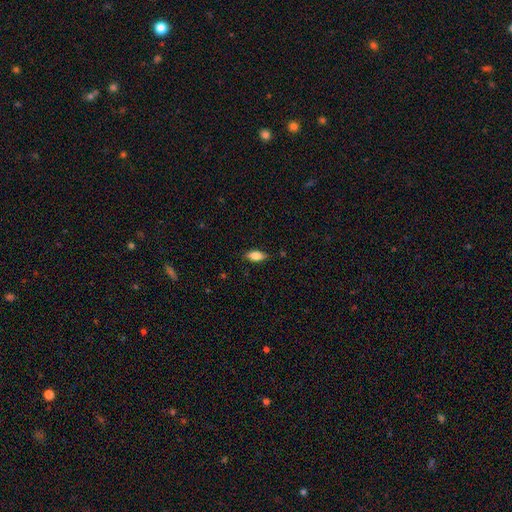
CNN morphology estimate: A smooth galaxy with no disk features (79%) that is in between round and cigar-shaped (85%). Merging: none (82%).